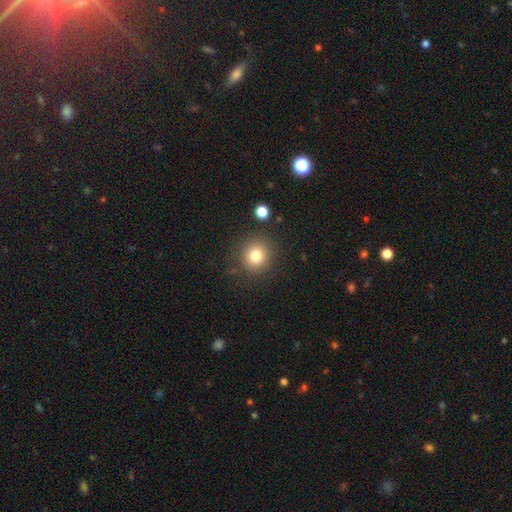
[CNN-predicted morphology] Smooth or featured? smooth (81%)
How rounded? round (86%)
Merging? none (84%)